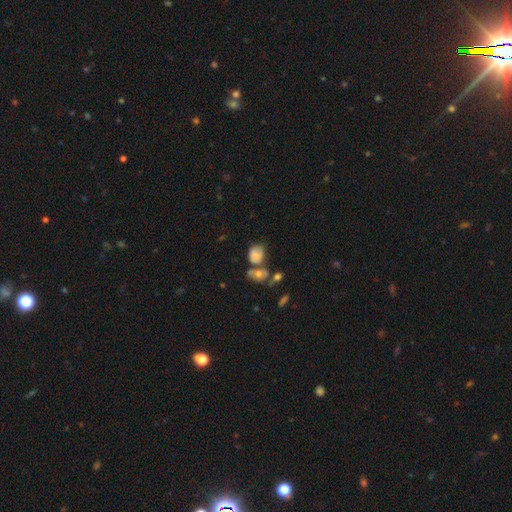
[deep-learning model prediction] Q: Smooth or featured?
A: smooth (62%); runner-up: featured or disk (28%)
Q: How rounded?
A: round (55%); runner-up: in between (43%)
Q: Merging?
A: none (38%); runner-up: merger (33%)